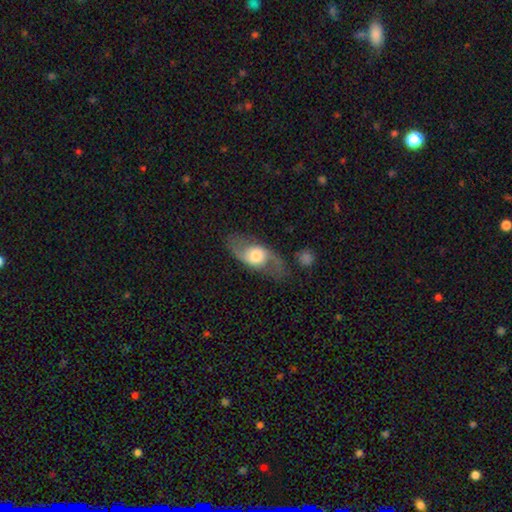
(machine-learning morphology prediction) Smooth or featured: featured or disk — 71% (smooth — 23%)
Edge-on disk: no — 87% (yes — 13%)
Bar: no — 65% (weak — 28%)
Spiral arms: yes — 86% (no — 14%)
Spiral winding: loose — 60% (medium — 32%)
Spiral arm count: 2 — 92% (can't tell — 3%)
Bulge size: large — 47% (moderate — 37%)
Merging: none — 72% (minor disturbance — 16%)